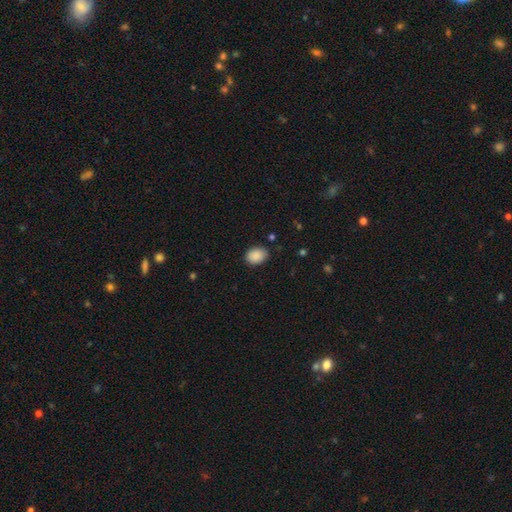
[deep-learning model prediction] This is clearly a smooth galaxy (89%). How rounded: likely in between (65%). Merging: clearly none (84%).